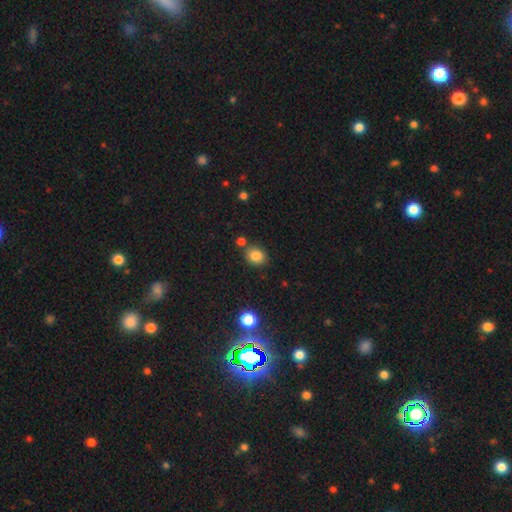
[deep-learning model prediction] A smooth galaxy with no disk features (84%) that is round (61%).

Vote fractions:
- Smooth or featured? smooth: 84% / star or artifact: 11% / featured or disk: 5%
- How rounded? round: 61% / in between: 38% / cigar-shaped: 1%
- Merging? none: 75% / minor disturbance: 12% / merger: 11% / major disturbance: 3%